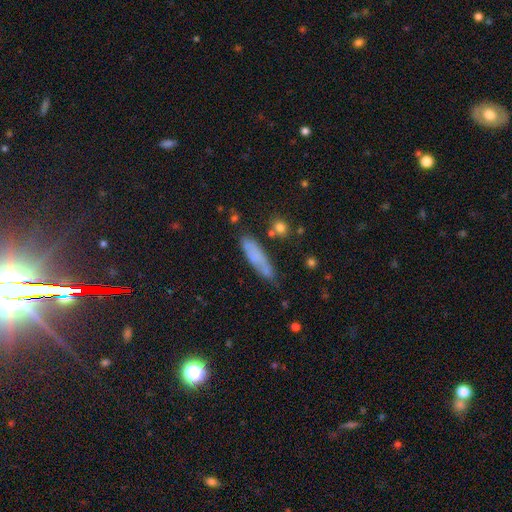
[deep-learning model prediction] A smooth galaxy with no disk features (69%) that is cigar-shaped (72%).

Vote fractions:
- Smooth or featured? smooth: 69% / featured or disk: 20% / star or artifact: 10%
- How rounded? cigar-shaped: 72% / in between: 26% / round: 3%
- Merging? none: 65% / minor disturbance: 24% / major disturbance: 6% / merger: 5%